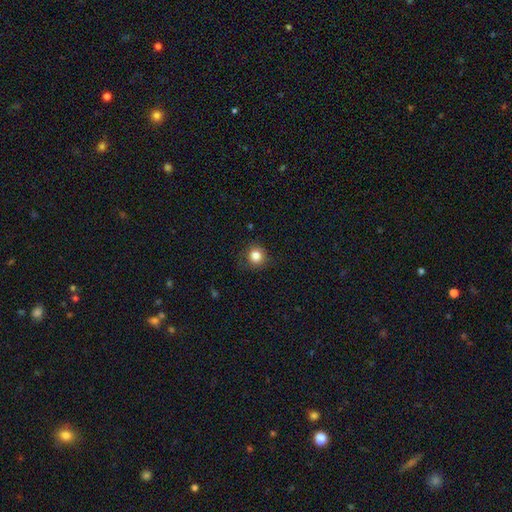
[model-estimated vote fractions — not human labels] Morphology: type=smooth (84%); roundness=round (91%); merging=none (85%).